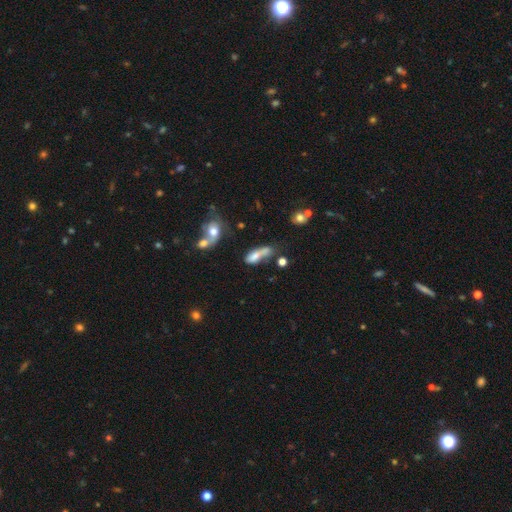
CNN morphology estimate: type=smooth (63%); roundness=in between (65%); merging=merger (37%).